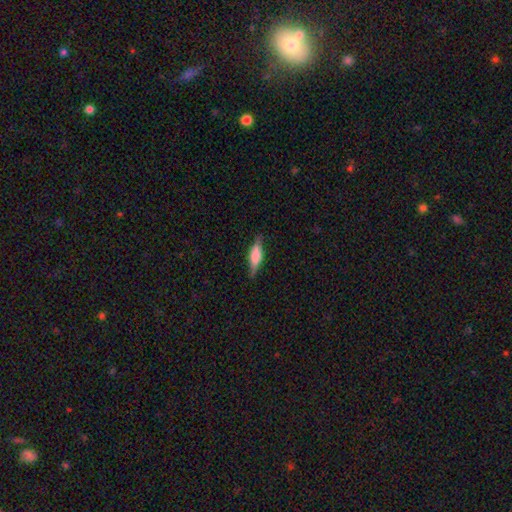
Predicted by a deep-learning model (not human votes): Smooth or featured: smooth — 52% (featured or disk — 41%)
How rounded: cigar-shaped — 53% (in between — 44%)
Merging: none — 80% (minor disturbance — 15%)